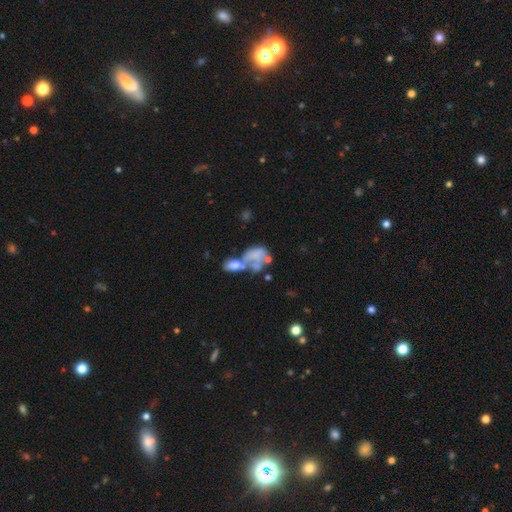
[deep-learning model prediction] Morphology: type=featured or disk (45%); merging=merger (53%).